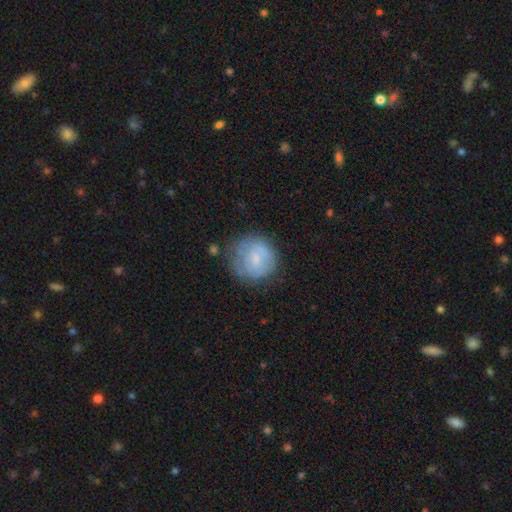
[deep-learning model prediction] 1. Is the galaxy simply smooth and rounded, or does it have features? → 52% smooth, 40% featured or disk, 9% star or artifact.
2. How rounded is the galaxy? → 88% round, 11% in between, 1% cigar-shaped.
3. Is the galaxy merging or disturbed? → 66% none, 21% minor disturbance, 10% major disturbance, 3% merger.